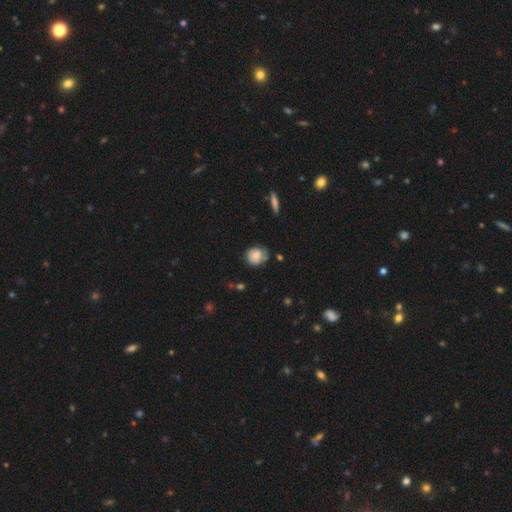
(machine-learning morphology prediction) This appears to be a smooth galaxy with no disk features (76%) that is round (74%). Merging: none (61%).